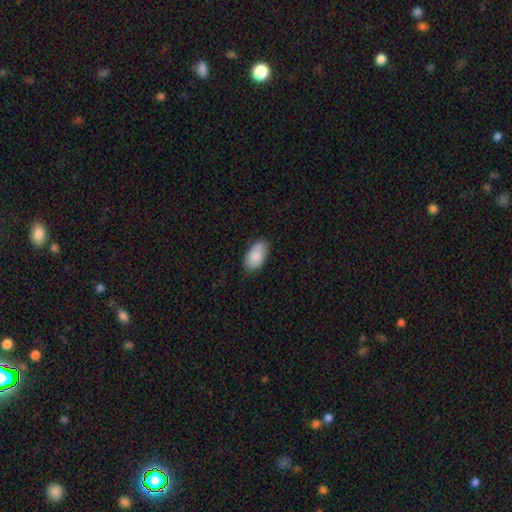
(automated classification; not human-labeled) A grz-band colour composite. It shows a smooth galaxy with no disk features (87%) that is in between round and cigar-shaped (95%). Merging: none (81%).